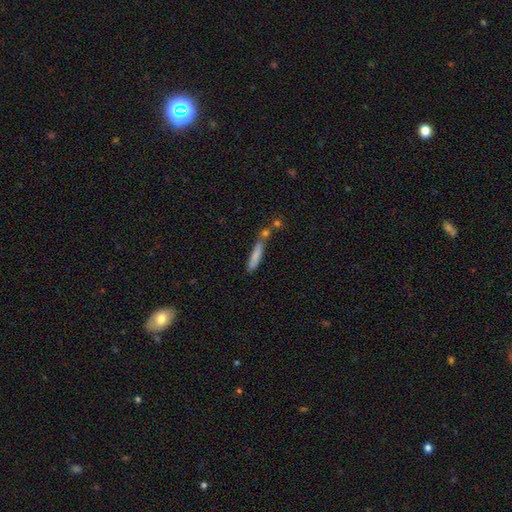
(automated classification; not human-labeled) smooth-or-featured: smooth: 76% | featured or disk: 16% | star or artifact: 8%
  how-rounded: cigar-shaped: 89% | in between: 10% | round: 2%
  merging: none: 58% | merger: 20% | minor disturbance: 17% | major disturbance: 6%